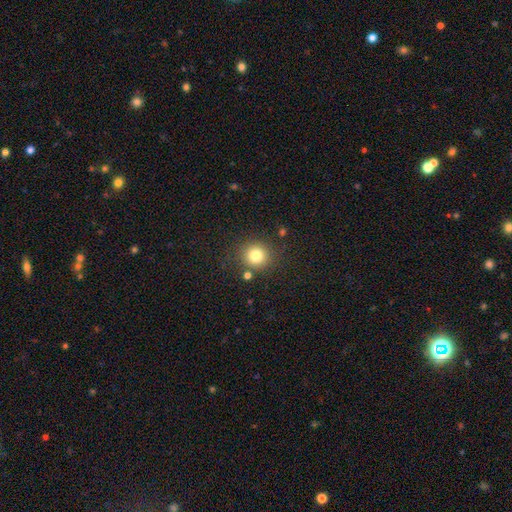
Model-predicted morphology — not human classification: Overall: smooth (81%). How rounded: round (91%). Merging: none (83%).